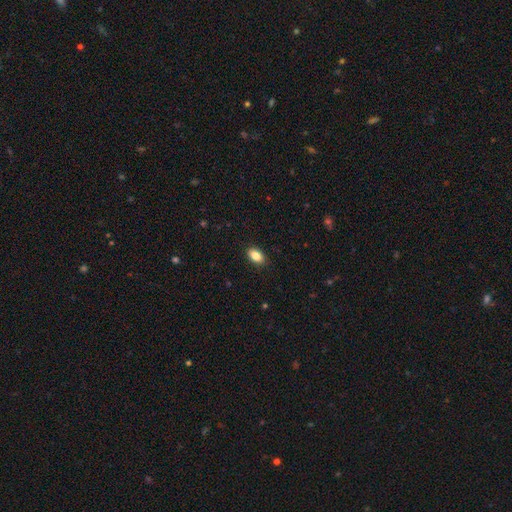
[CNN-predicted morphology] type=smooth (85%); roundness=in between (89%); merging=none (89%).